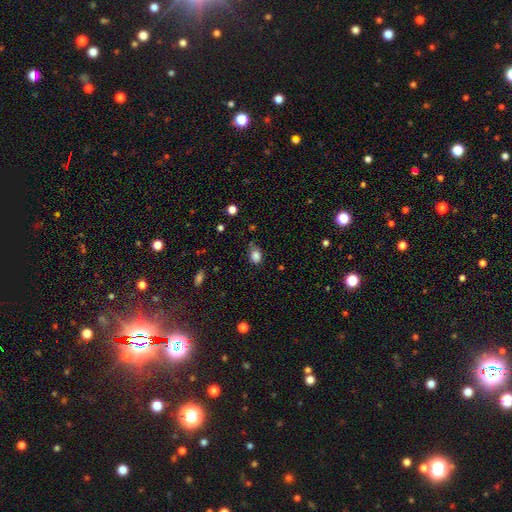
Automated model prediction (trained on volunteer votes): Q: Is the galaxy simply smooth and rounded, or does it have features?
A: smooth — 84%.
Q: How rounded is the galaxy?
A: in between — 63%.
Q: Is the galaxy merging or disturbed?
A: none — 63%.